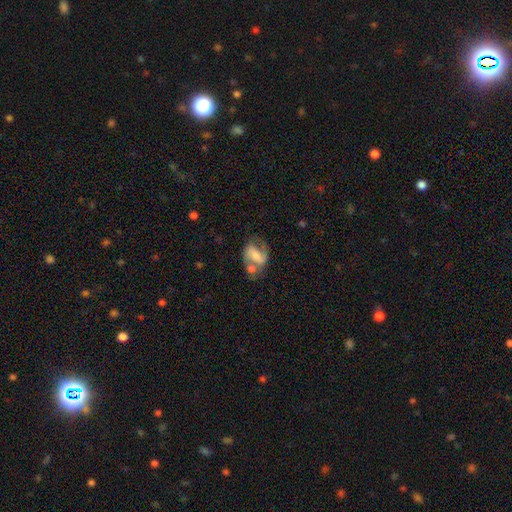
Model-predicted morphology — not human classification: The model was most divided on "bar": strong: 37%, weak: 36%, no: 27%. Remaining: edge-on disk — no (96%); spiral arms — yes (79%); smooth or featured — featured or disk (64%); bulge size — moderate (45%); merging — none (37%).